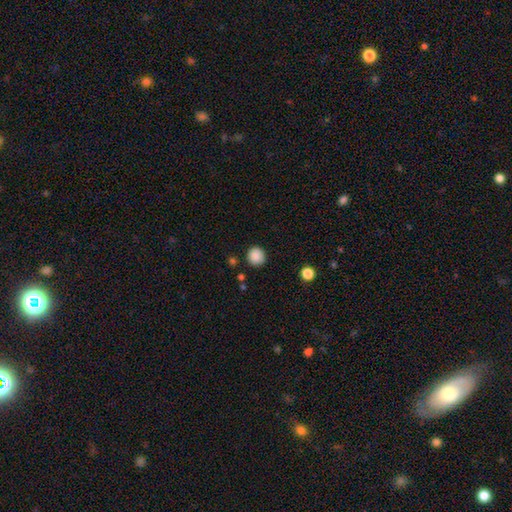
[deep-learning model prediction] smooth-or-featured: smooth: 88% | star or artifact: 9% | featured or disk: 3%
  how-rounded: round: 91% | in between: 8% | cigar-shaped: 1%
  merging: none: 88% | minor disturbance: 8% | major disturbance: 2% | merger: 2%